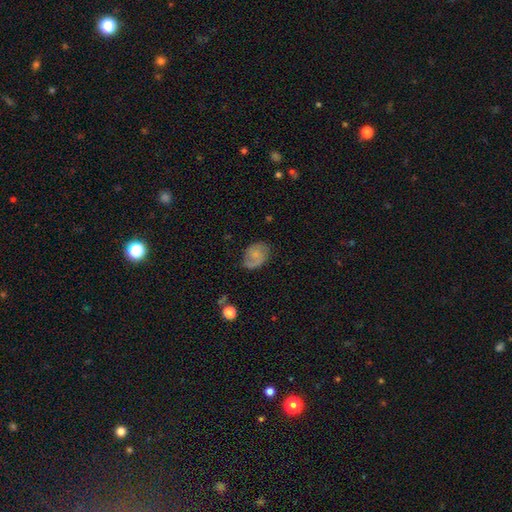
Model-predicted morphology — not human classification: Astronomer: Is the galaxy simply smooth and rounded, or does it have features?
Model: featured or disk — 51% (runner-up: smooth, 41%).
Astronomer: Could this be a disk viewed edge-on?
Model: no — 97%.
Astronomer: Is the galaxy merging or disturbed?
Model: none — 64%.